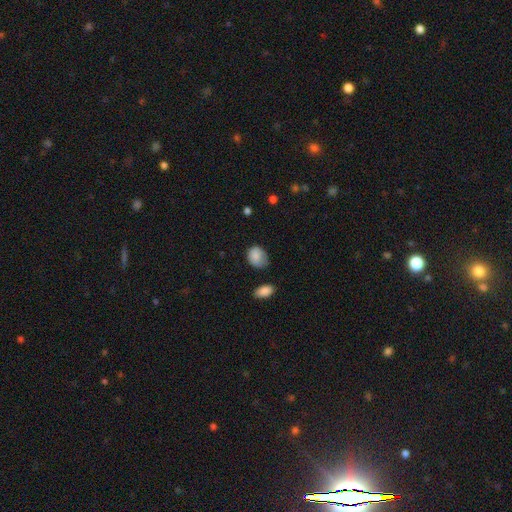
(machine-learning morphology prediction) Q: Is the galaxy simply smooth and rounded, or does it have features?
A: smooth — 84%.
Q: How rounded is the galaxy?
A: in between — 58%.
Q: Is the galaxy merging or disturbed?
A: none — 55%.